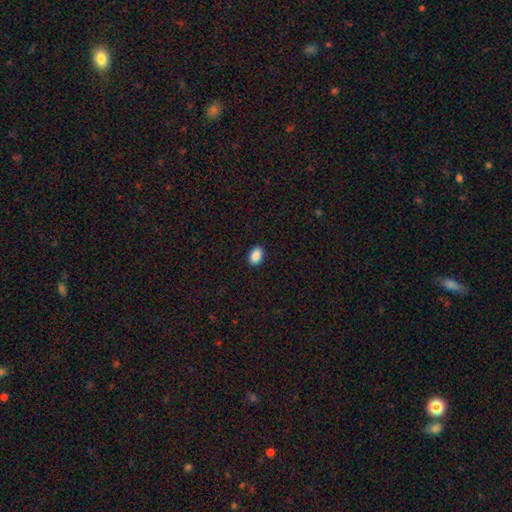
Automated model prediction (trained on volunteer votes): The model was most divided on "how rounded": in between: 86%, round: 13%, cigar-shaped: 1%. More confident: merging — none (91%); smooth or featured — smooth (90%).